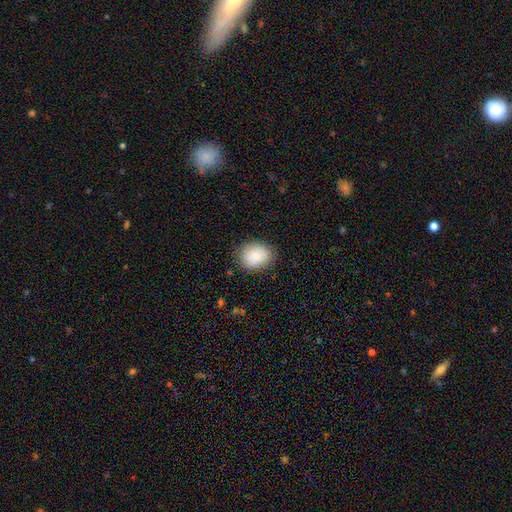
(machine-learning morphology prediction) Smooth or featured?
  - smooth: 80% *
  - featured or disk: 12%
  - star or artifact: 8%
How rounded?
  - round: 55% *
  - in between: 44%
  - cigar-shaped: 1%
Merging?
  - none: 83% *
  - minor disturbance: 13%
  - major disturbance: 3%
  - merger: 1%